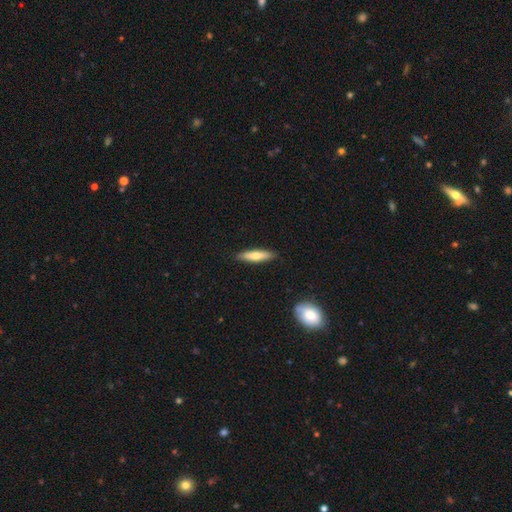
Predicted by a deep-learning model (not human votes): This appears to be a smooth galaxy with no disk features (65%) that is cigar-shaped (76%). Merging: none (89%).